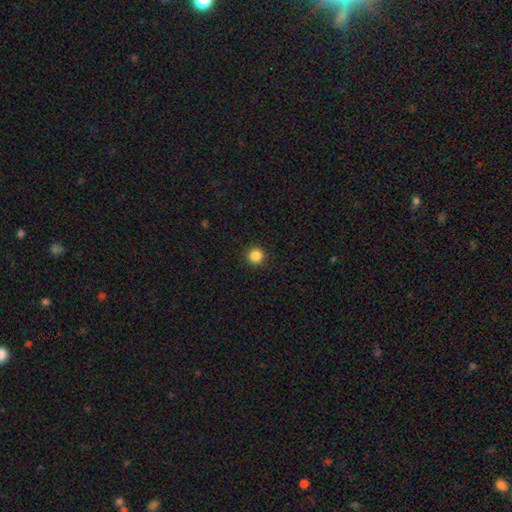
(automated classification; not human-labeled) Smooth or featured?
  - smooth: 86% *
  - star or artifact: 11%
  - featured or disk: 3%
How rounded?
  - round: 96% *
  - in between: 3%
  - cigar-shaped: 1%
Merging?
  - none: 93% *
  - minor disturbance: 4%
  - major disturbance: 2%
  - merger: 1%